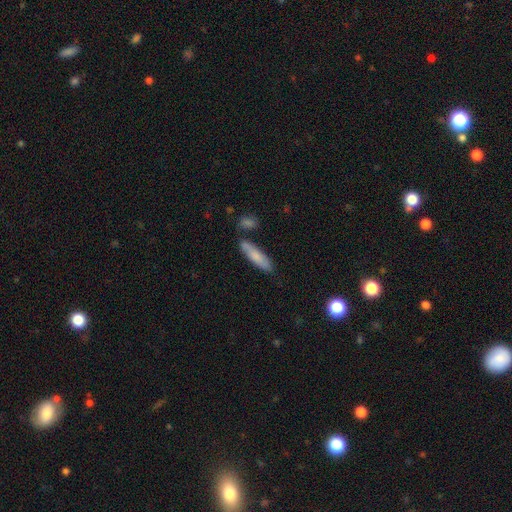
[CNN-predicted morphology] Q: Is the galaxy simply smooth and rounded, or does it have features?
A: smooth — 76%.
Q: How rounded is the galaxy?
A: cigar-shaped — 71%.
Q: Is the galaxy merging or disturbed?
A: none — 76%.